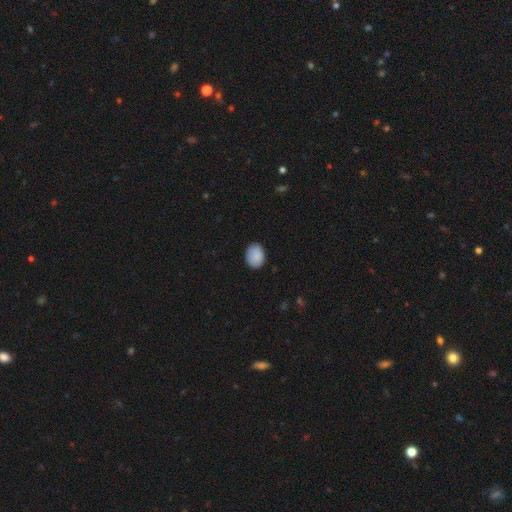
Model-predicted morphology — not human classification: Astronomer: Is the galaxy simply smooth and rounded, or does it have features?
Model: smooth — 88%.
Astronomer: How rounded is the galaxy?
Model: in between — 62%.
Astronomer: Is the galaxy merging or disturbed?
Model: none — 83%.